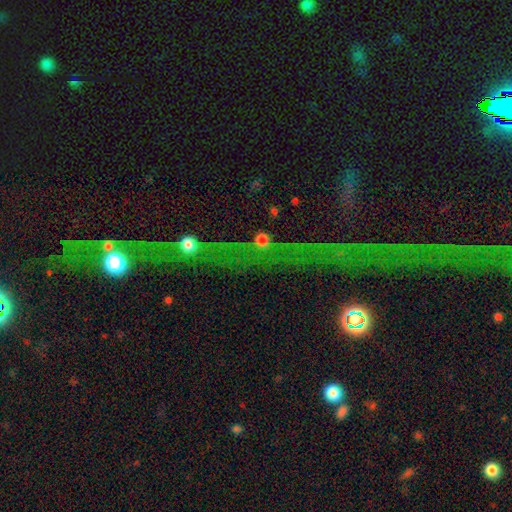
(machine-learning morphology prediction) Q: Smooth or featured?
A: star or artifact (71%); runner-up: featured or disk (16%)